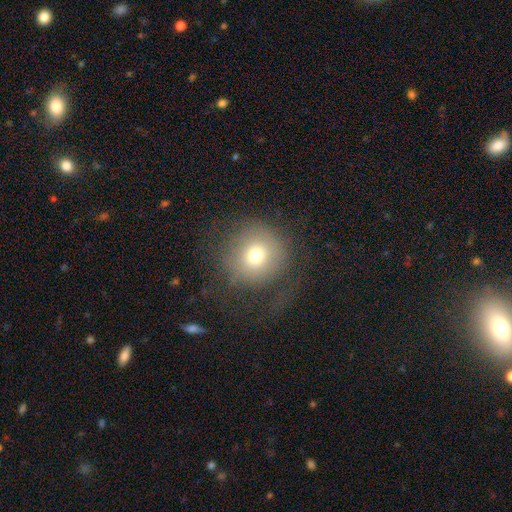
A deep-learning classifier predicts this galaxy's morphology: Smooth or featured: smooth — 68% (featured or disk — 17%)
How rounded: round — 93% (in between — 6%)
Merging: none — 60% (major disturbance — 23%)